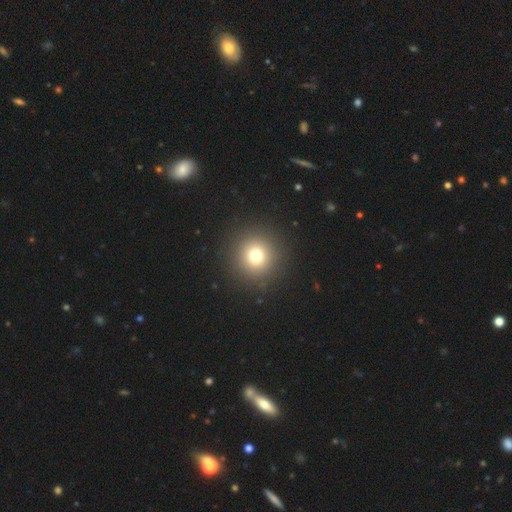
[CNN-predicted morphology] smooth_or_featured: smooth (p=0.74) [alt: star or artifact p=0.16]
how_rounded: round (p=0.95) [alt: in between p=0.04]
merging: none (p=0.91) [alt: minor disturbance p=0.05]